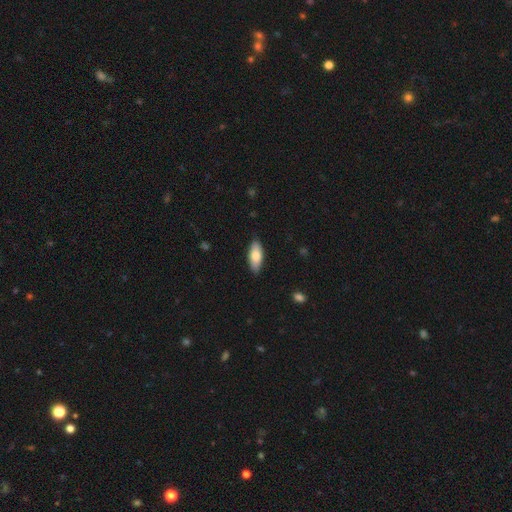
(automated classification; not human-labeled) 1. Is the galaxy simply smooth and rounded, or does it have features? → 78% smooth, 16% featured or disk, 6% star or artifact.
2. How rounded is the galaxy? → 79% in between, 19% cigar-shaped, 2% round.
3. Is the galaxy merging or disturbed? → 86% none, 11% minor disturbance, 2% major disturbance, 1% merger.